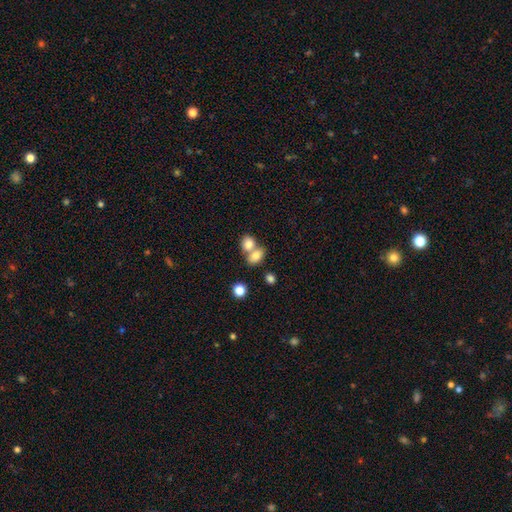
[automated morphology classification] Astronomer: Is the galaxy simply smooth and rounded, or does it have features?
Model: smooth — 79%.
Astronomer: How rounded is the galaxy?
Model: in between — 69%.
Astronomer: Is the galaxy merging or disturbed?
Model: merger — 58%.